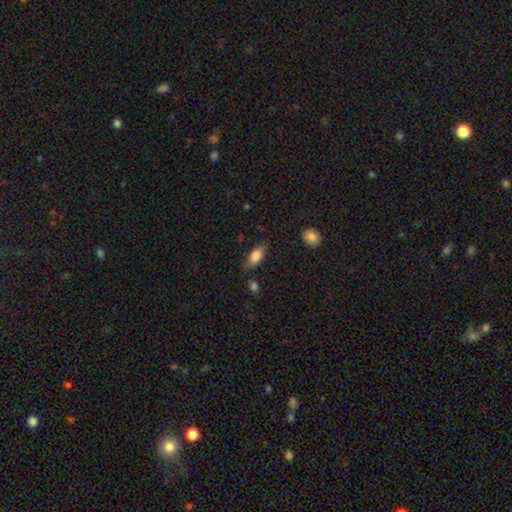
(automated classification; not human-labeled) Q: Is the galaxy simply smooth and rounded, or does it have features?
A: smooth — 74%.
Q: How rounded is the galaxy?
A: in between — 82%.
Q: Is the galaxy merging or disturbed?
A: none — 70%.